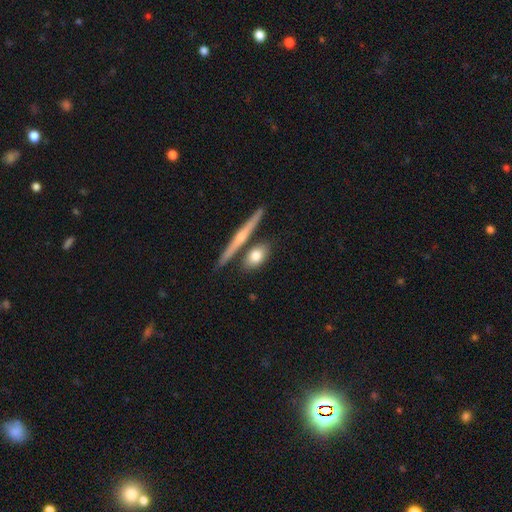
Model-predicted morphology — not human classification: A smooth galaxy with no disk features (71%) that is in between round and cigar-shaped (55%). Merging: none (69%).